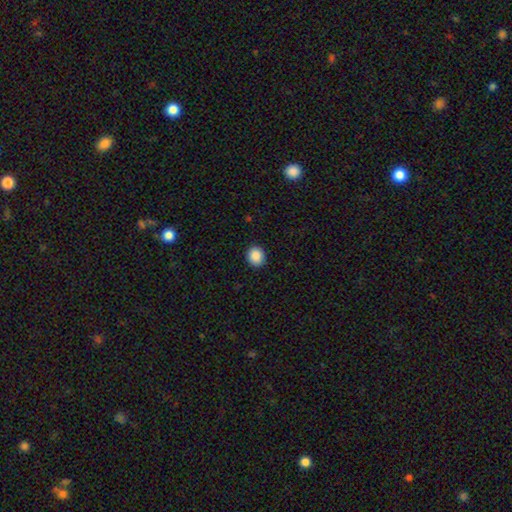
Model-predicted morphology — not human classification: This is clearly a smooth galaxy (89%). How rounded: likely round (78%). Merging: clearly none (91%).